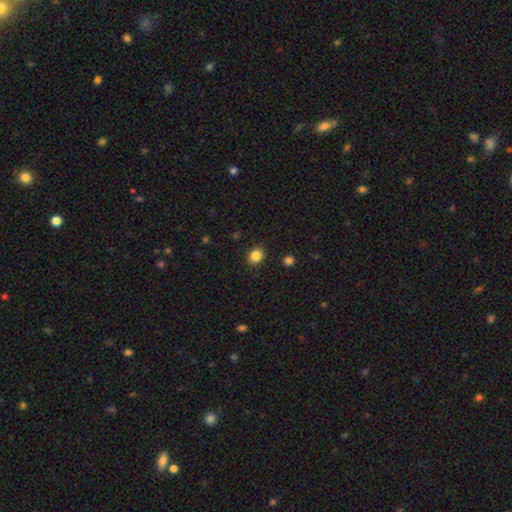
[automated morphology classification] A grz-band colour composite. It shows a smooth galaxy with no disk features (85%) that is round (64%). Merging: none (89%).